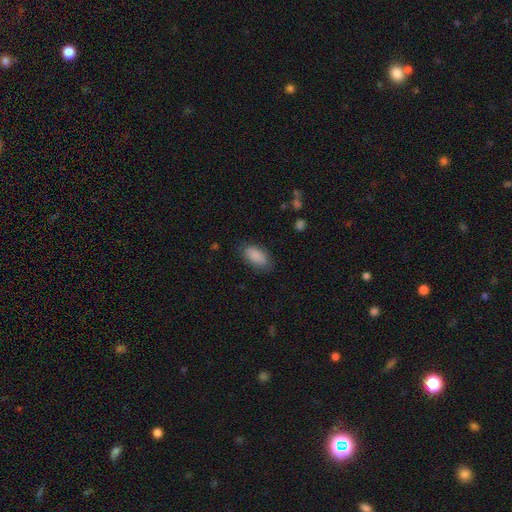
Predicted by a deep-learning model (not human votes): smooth-or-featured: smooth: 89% | star or artifact: 6% | featured or disk: 5%
  how-rounded: in between: 93% | cigar-shaped: 4% | round: 3%
  merging: none: 81% | minor disturbance: 14% | major disturbance: 4% | merger: 1%